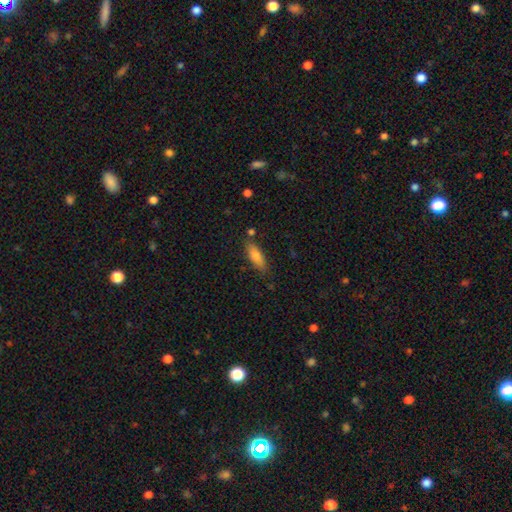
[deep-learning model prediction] Smooth or featured?
  - smooth: 77% *
  - featured or disk: 15%
  - star or artifact: 8%
How rounded?
  - in between: 58% *
  - cigar-shaped: 40%
  - round: 2%
Merging?
  - none: 77% *
  - minor disturbance: 15%
  - merger: 4%
  - major disturbance: 3%